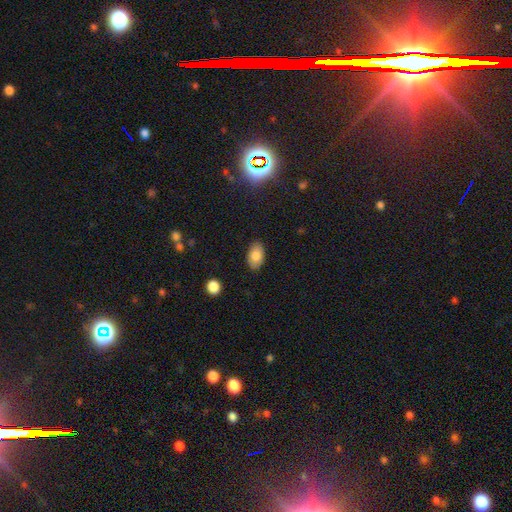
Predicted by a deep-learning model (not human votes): A smooth galaxy with no disk features (82%) that is in between round and cigar-shaped (91%).

Vote fractions:
- Smooth or featured? smooth: 82% / featured or disk: 10% / star or artifact: 8%
- How rounded? in between: 91% / round: 7% / cigar-shaped: 2%
- Merging? none: 86% / minor disturbance: 10% / major disturbance: 2% / merger: 1%